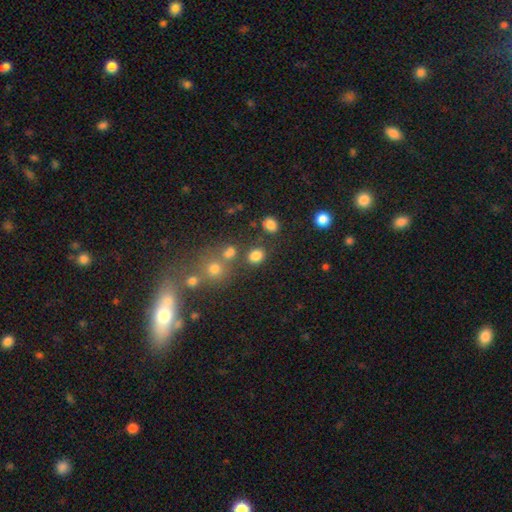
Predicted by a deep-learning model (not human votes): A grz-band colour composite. It shows a smooth galaxy with no disk features (80%) that is round (53%). Merging: none (74%).